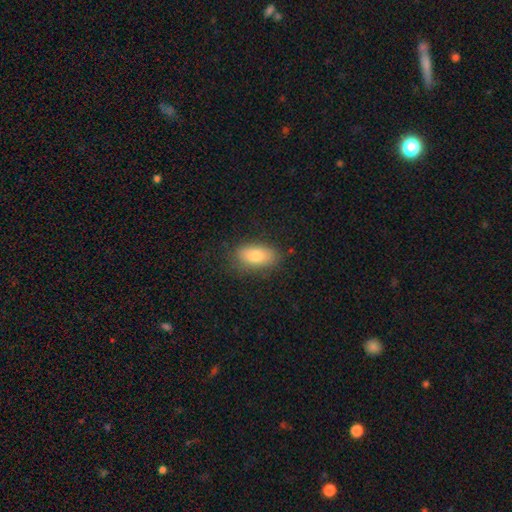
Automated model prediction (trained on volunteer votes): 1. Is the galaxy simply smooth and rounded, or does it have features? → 80% smooth, 12% featured or disk, 8% star or artifact.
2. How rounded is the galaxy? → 90% in between, 5% cigar-shaped, 5% round.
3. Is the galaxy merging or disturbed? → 79% none, 16% minor disturbance, 4% major disturbance, 1% merger.